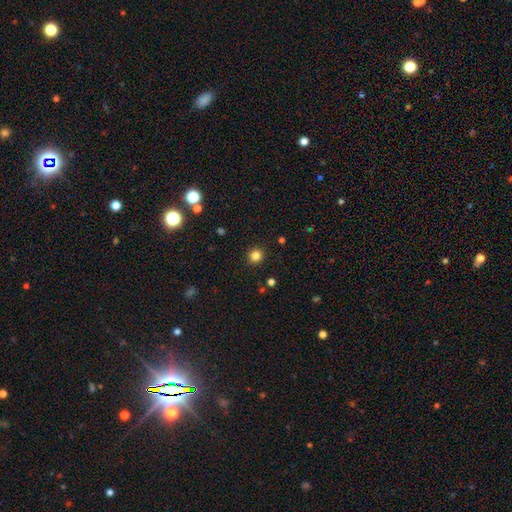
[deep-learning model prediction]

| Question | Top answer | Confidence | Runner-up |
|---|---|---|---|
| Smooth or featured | smooth | 82% | star or artifact (13%) |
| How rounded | round | 92% | in between (7%) |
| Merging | none | 92% | minor disturbance (5%) |